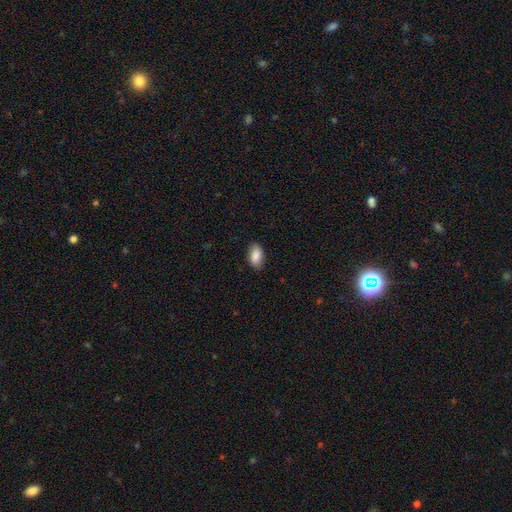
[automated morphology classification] smooth 87%, star or artifact 7%, featured or disk 6%. Down the decision tree: how rounded — in between (93%); merging — none (84%).